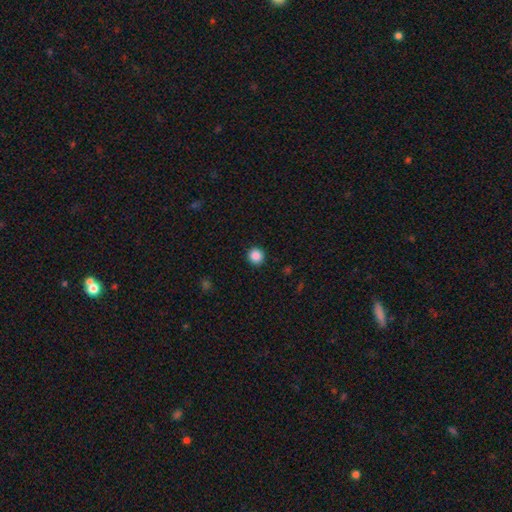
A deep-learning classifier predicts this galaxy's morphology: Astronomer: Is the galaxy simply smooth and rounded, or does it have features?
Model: smooth — 88%.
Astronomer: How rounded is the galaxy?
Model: round — 94%.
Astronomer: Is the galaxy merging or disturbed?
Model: none — 92%.